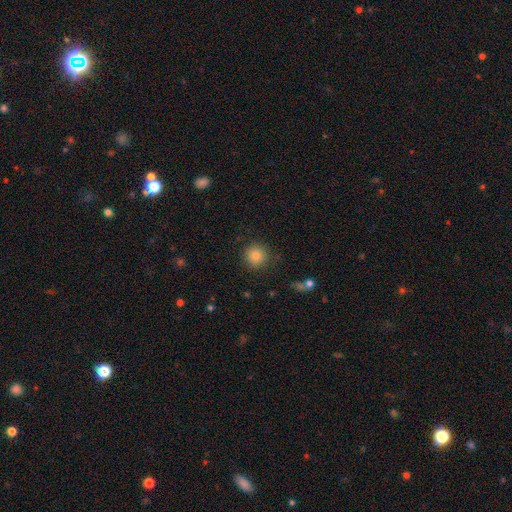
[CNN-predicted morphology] Overall: smooth (82%). How rounded: round (94%). Merging: none (87%).